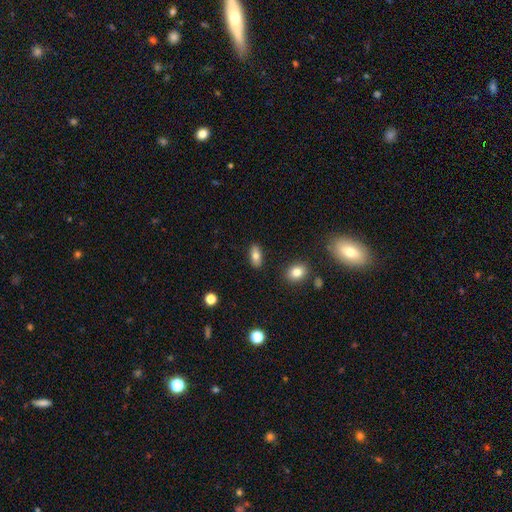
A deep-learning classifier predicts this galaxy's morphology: A smooth galaxy with no disk features (78%) that is in between round and cigar-shaped (88%).

Vote fractions:
- Smooth or featured? smooth: 78% / featured or disk: 14% / star or artifact: 8%
- How rounded? in between: 88% / cigar-shaped: 7% / round: 5%
- Merging? none: 88% / minor disturbance: 8% / major disturbance: 2% / merger: 2%